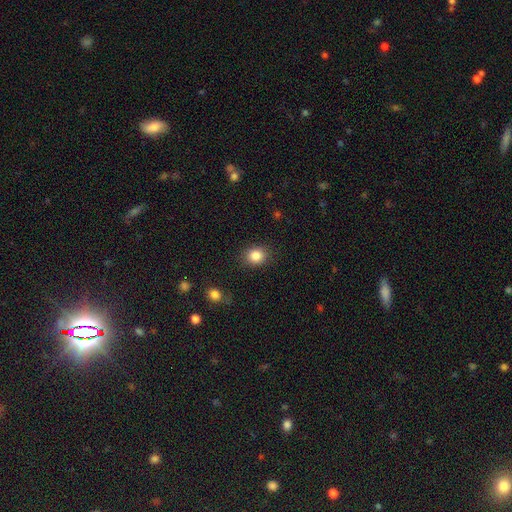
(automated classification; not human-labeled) A smooth galaxy with no disk features (85%) that is round (70%).

Vote fractions:
- Smooth or featured? smooth: 85% / star or artifact: 10% / featured or disk: 5%
- How rounded? round: 70% / in between: 29% / cigar-shaped: 1%
- Merging? none: 86% / minor disturbance: 9% / major disturbance: 3% / merger: 1%